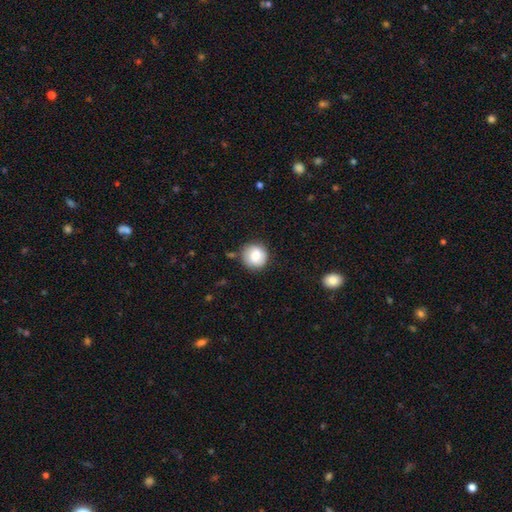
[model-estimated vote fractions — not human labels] This is likely a smooth galaxy (79%). How rounded: clearly round (91%). Merging: clearly none (82%).